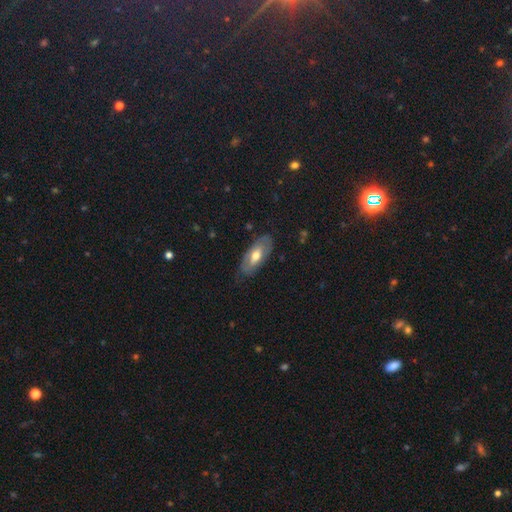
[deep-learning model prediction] A smooth galaxy with no disk features (48%).

Vote fractions:
- Smooth or featured? smooth: 48% / featured or disk: 46% / star or artifact: 6%
- Merging? none: 74% / minor disturbance: 20% / major disturbance: 5% / merger: 1%